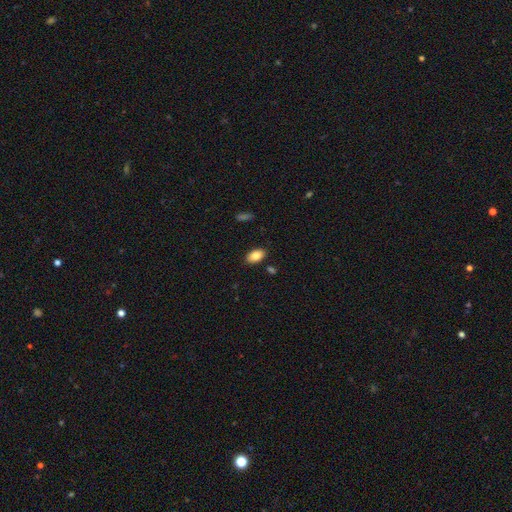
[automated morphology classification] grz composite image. It shows a smooth galaxy with no disk features (84%) that is in between round and cigar-shaped (92%). Merging: none (87%).